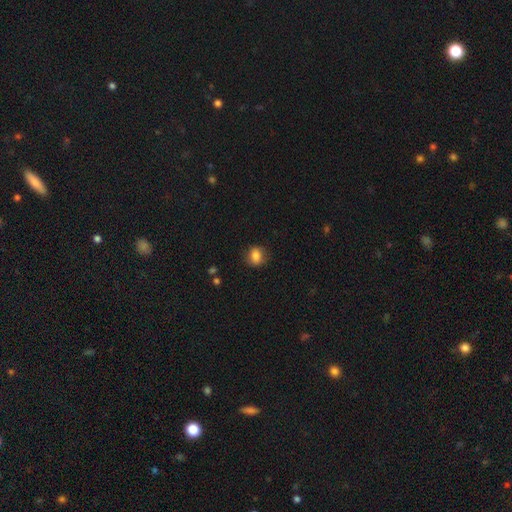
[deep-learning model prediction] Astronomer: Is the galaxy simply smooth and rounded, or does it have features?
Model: smooth — 84%.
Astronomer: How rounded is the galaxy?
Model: round — 59% (runner-up: in between, 40%).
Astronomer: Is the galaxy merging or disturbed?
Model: none — 80%.